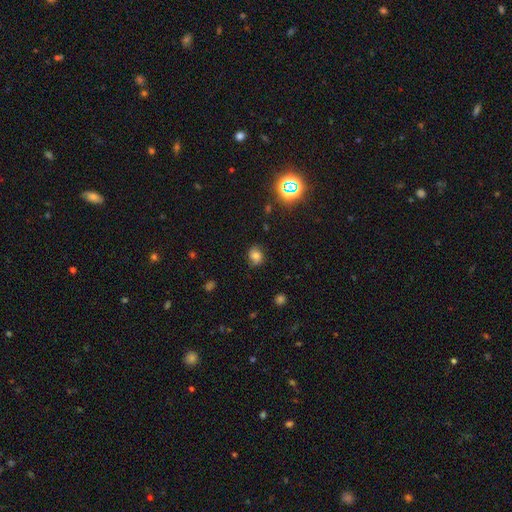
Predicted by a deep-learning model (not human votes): smooth_or_featured: smooth (p=0.68) [alt: star or artifact p=0.17]
how_rounded: round (p=0.63) [alt: in between p=0.36]
merging: none (p=0.72) [alt: minor disturbance p=0.21]